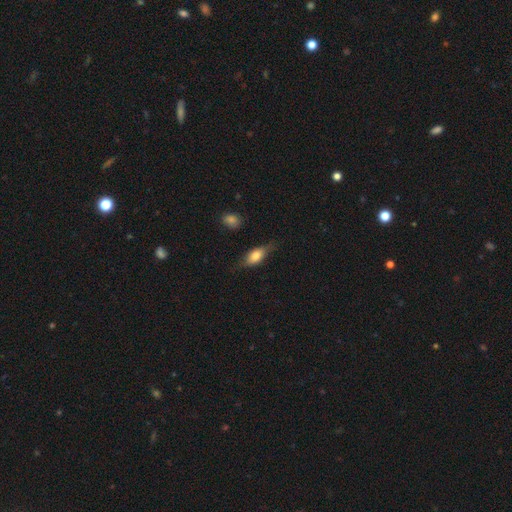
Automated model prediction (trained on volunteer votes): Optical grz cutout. It shows a smooth galaxy with no disk features (65%) that is in between round and cigar-shaped (77%). Merging: none (64%).